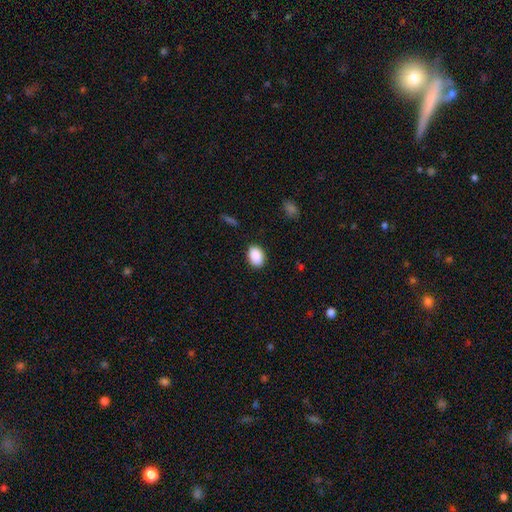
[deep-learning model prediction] Smooth or featured? Predicted: smooth (p=0.90). How rounded? Predicted: in between (p=0.82). Merging? Predicted: none (p=0.88).